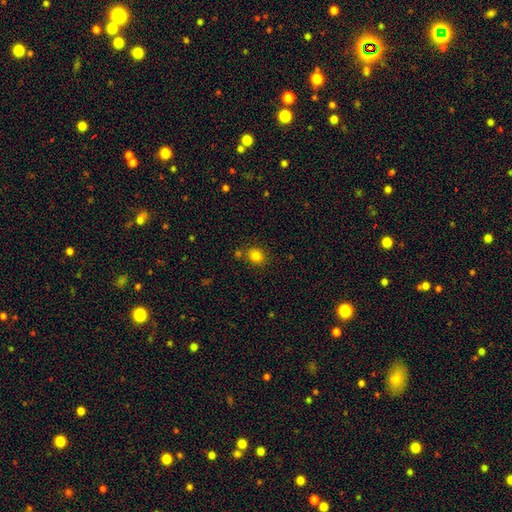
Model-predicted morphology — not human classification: A smooth galaxy with no disk features (83%) that is round (67%).

Vote fractions:
- Smooth or featured? smooth: 83% / star or artifact: 12% / featured or disk: 5%
- How rounded? round: 67% / in between: 32% / cigar-shaped: 1%
- Merging? none: 77% / minor disturbance: 10% / merger: 9% / major disturbance: 3%